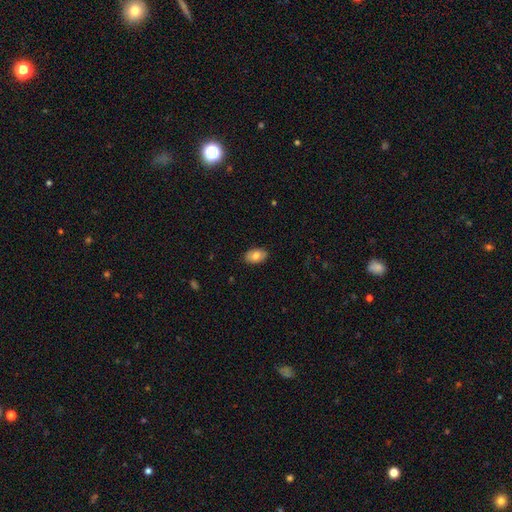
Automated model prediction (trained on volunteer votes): A smooth galaxy with no disk features (78%) that is in between round and cigar-shaped (91%).

Vote fractions:
- Smooth or featured? smooth: 78% / featured or disk: 15% / star or artifact: 7%
- How rounded? in between: 91% / round: 7% / cigar-shaped: 1%
- Merging? none: 88% / minor disturbance: 10% / major disturbance: 2% / merger: 1%